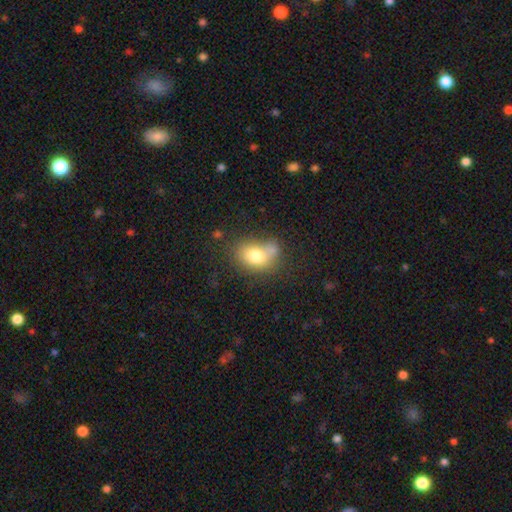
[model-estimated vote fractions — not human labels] smooth_or_featured: smooth (p=0.76) [alt: featured or disk p=0.14]
how_rounded: in between (p=0.71) [alt: round p=0.28]
merging: none (p=0.44) [alt: minor disturbance p=0.23]